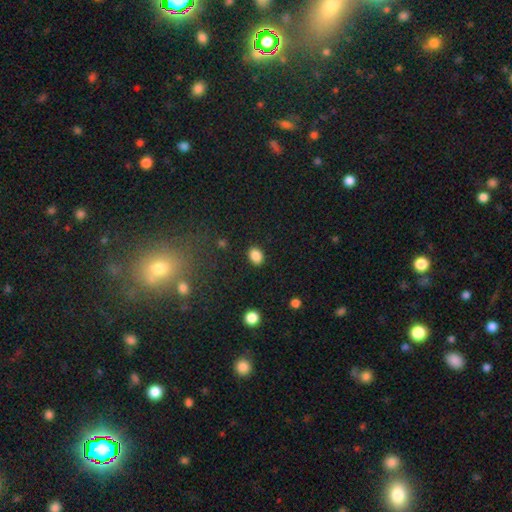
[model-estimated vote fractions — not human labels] smooth-or-featured: smooth: 86% | star or artifact: 10% | featured or disk: 4%
  how-rounded: in between: 69% | round: 30% | cigar-shaped: 1%
  merging: none: 88% | minor disturbance: 8% | major disturbance: 3% | merger: 1%